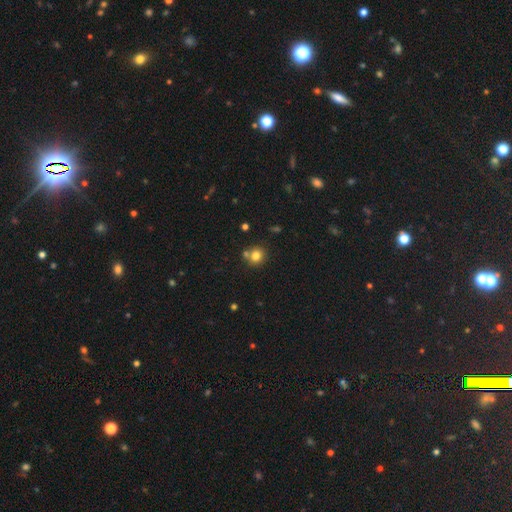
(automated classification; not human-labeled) Smooth or featured?
  - smooth: 80% *
  - star or artifact: 12%
  - featured or disk: 8%
How rounded?
  - round: 87% *
  - in between: 12%
  - cigar-shaped: 1%
Merging?
  - none: 69% *
  - merger: 19%
  - minor disturbance: 10%
  - major disturbance: 3%